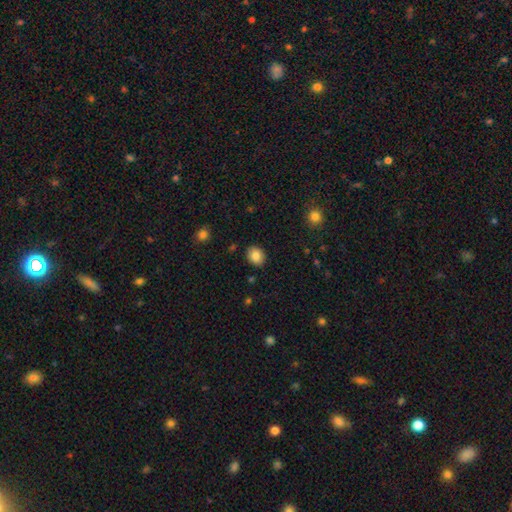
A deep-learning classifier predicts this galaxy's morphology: Smooth or featured? smooth (86%)
How rounded? round (53%)
Merging? none (87%)